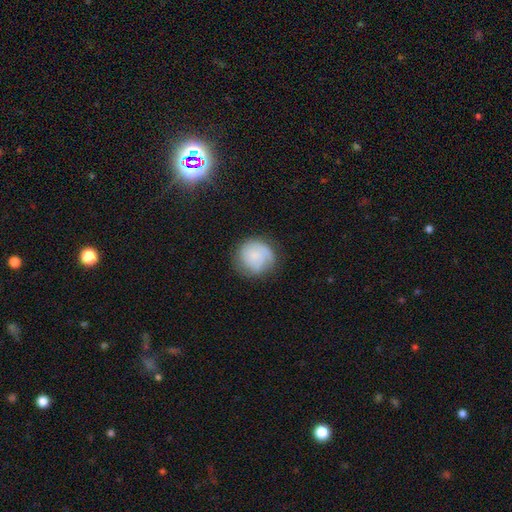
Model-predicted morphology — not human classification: Smooth or featured? Predicted: smooth (p=0.59). How rounded? Predicted: round (p=0.90). Merging? Predicted: none (p=0.70).